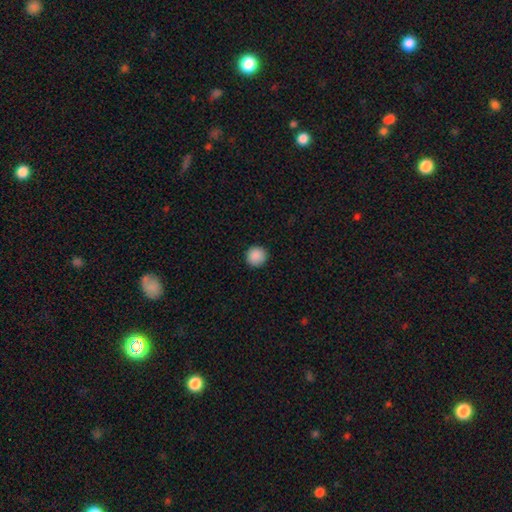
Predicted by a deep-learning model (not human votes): Smooth or featured? smooth (89%)
How rounded? round (93%)
Merging? none (92%)